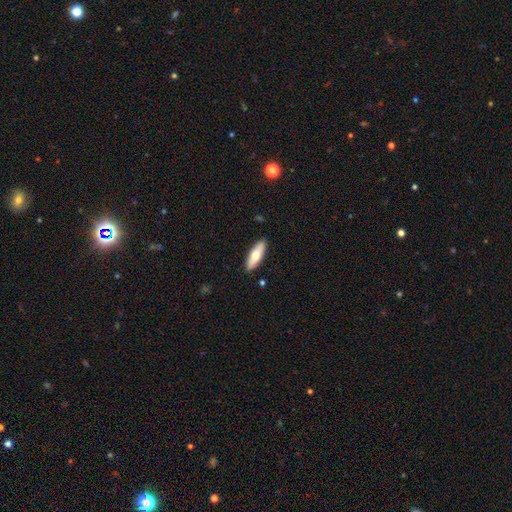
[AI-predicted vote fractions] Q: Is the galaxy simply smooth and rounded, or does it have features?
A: smooth — 63%.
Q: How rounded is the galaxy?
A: in between — 55%.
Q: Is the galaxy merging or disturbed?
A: none — 89%.